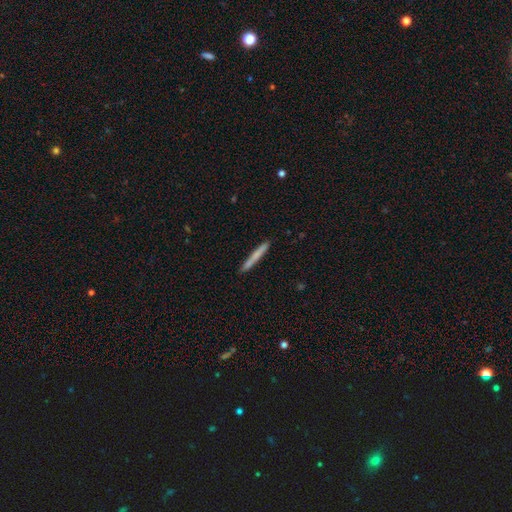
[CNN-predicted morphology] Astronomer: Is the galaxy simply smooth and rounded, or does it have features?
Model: smooth — 70%.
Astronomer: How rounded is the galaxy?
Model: cigar-shaped — 97%.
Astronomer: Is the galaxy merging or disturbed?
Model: none — 90%.